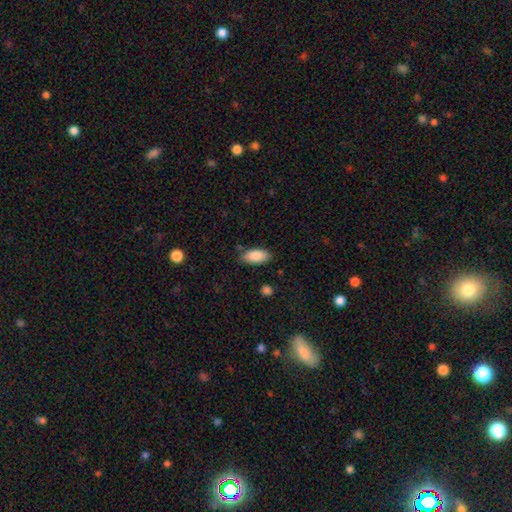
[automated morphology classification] This appears to be a smooth galaxy with no disk features (87%) that is in between round and cigar-shaped (90%). Merging: none (82%).